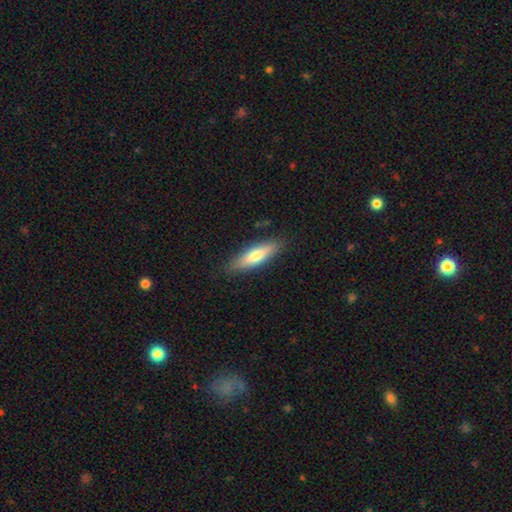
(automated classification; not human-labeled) Smooth or featured? smooth (70%)
How rounded? cigar-shaped (56%)
Merging? none (85%)